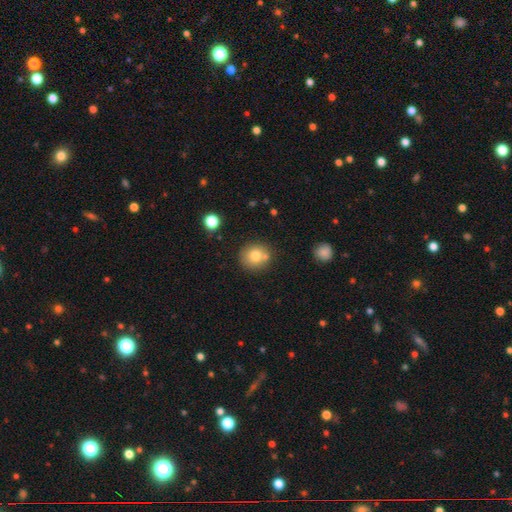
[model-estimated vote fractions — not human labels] smooth 77%, featured or disk 12%, star or artifact 11%. Down the decision tree: how rounded — round (87%); merging — none (72%).